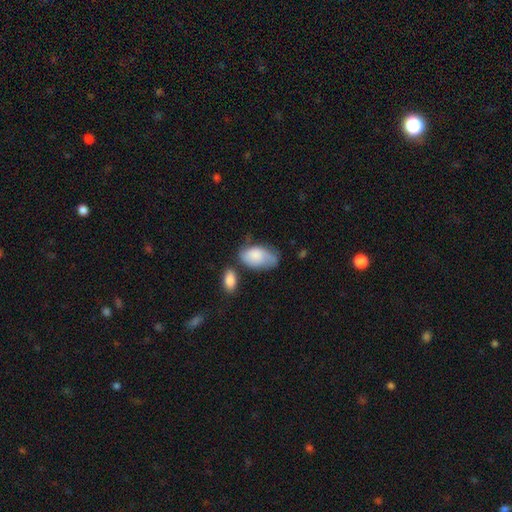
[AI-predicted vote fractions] This appears to be a smooth galaxy with no disk features (76%) that is in between round and cigar-shaped (94%). Merging: none (36%).